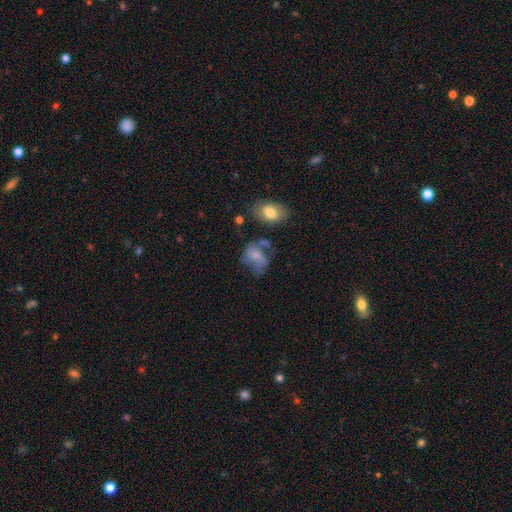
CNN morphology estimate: This appears to be a smooth galaxy with no disk features (54%) that is in between round and cigar-shaped (66%). Merging: none (35%).